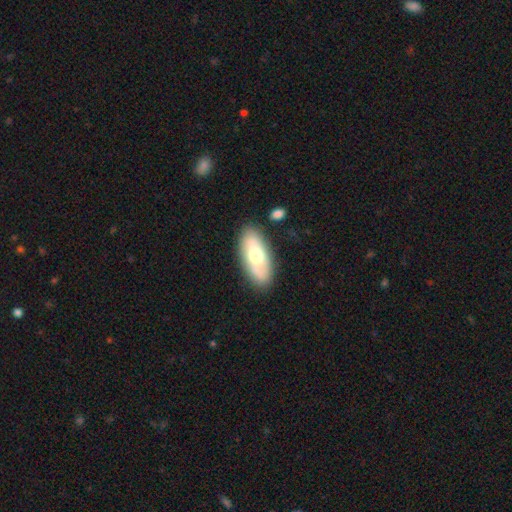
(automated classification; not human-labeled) Smooth or featured? Predicted: smooth (p=0.51). How rounded? Predicted: in between (p=0.89). Merging? Predicted: none (p=0.80).